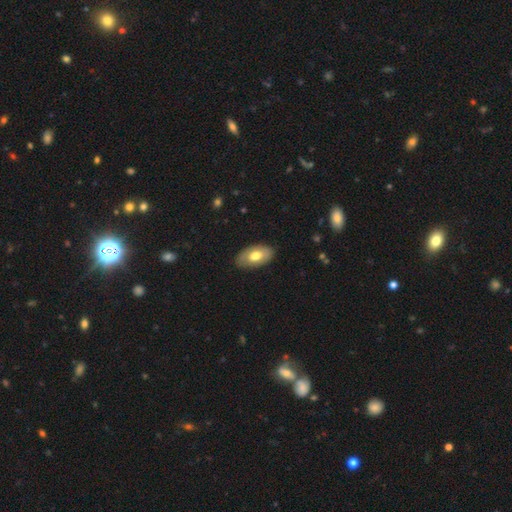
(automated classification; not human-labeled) Smooth or featured? Predicted: smooth (p=0.66). How rounded? Predicted: in between (p=0.94). Merging? Predicted: none (p=0.83).